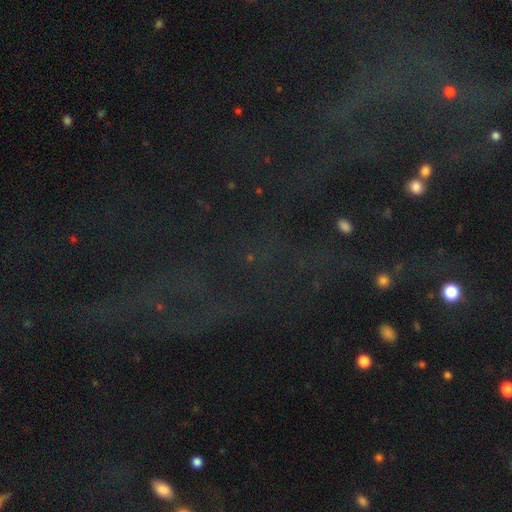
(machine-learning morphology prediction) type=star or artifact (74%).